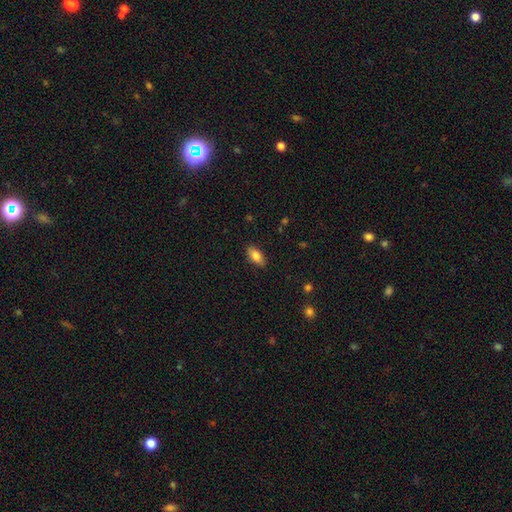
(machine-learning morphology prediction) A smooth galaxy with no disk features (81%) that is in between round and cigar-shaped (89%).

Vote fractions:
- Smooth or featured? smooth: 81% / featured or disk: 12% / star or artifact: 7%
- How rounded? in between: 89% / cigar-shaped: 8% / round: 3%
- Merging? none: 87% / minor disturbance: 10% / major disturbance: 2% / merger: 1%